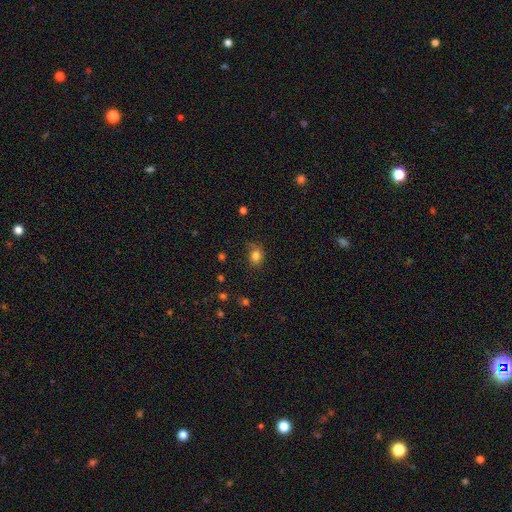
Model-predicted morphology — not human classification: Smooth or featured?
  - smooth: 80% *
  - star or artifact: 12%
  - featured or disk: 8%
How rounded?
  - round: 55% *
  - in between: 44%
  - cigar-shaped: 1%
Merging?
  - none: 65% *
  - minor disturbance: 25%
  - major disturbance: 8%
  - merger: 2%